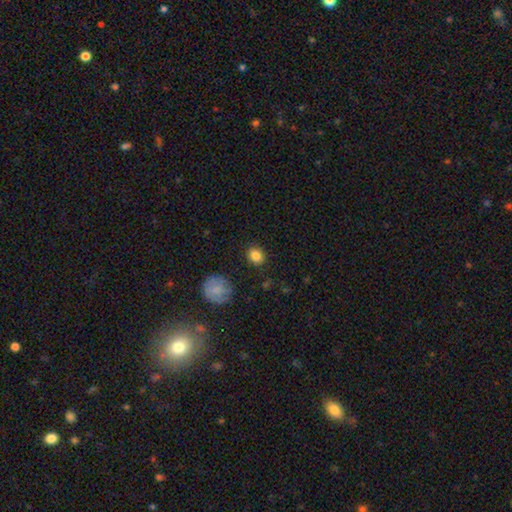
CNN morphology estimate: The model was most divided on "how rounded": round: 71%, in between: 28%, cigar-shaped: 1%. More confident: merging — none (88%); smooth or featured — smooth (85%).